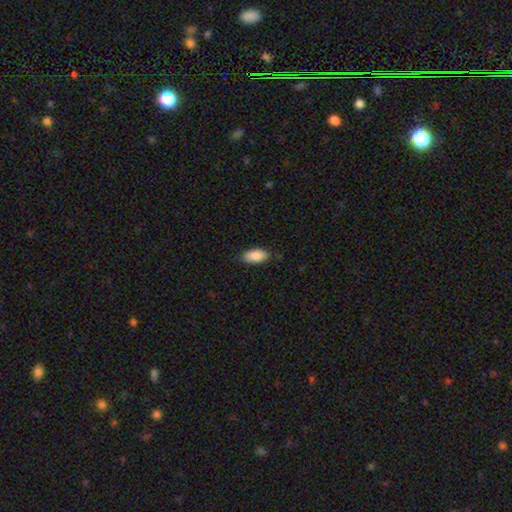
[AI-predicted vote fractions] smooth 89%, star or artifact 6%, featured or disk 4%. Down the decision tree: how rounded — in between (91%); merging — none (84%).